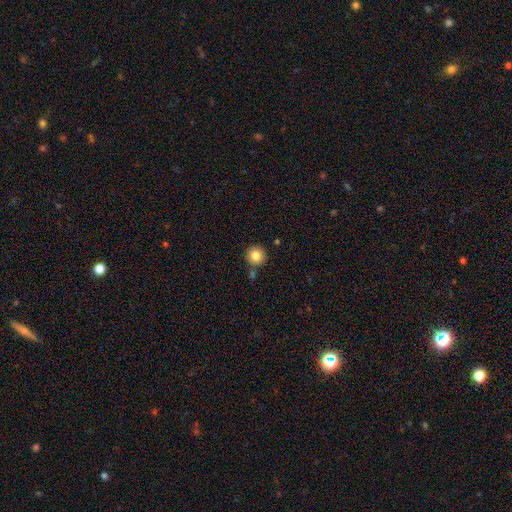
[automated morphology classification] type=smooth (83%); roundness=round (95%); merging=none (80%).